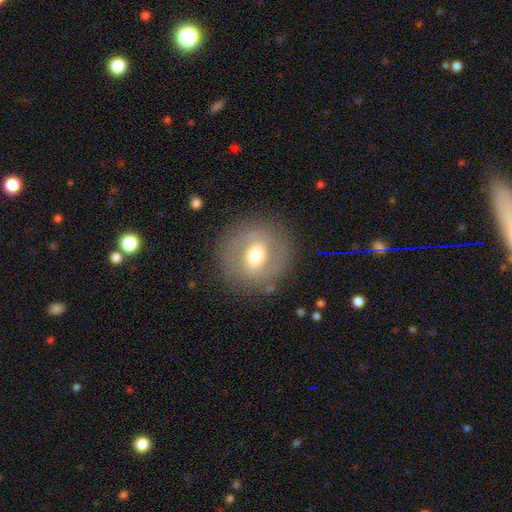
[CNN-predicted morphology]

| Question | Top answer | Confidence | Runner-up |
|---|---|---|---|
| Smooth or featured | featured or disk | 50% | smooth (41%) |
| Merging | none | 82% | minor disturbance (10%) |